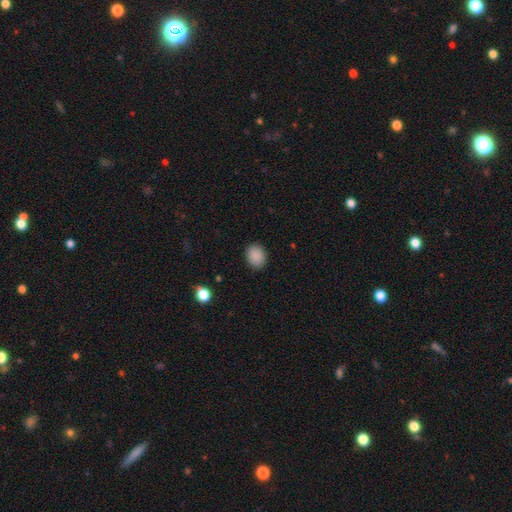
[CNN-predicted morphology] A smooth galaxy with no disk features (89%) that is in between round and cigar-shaped (53%). Merging: none (88%).